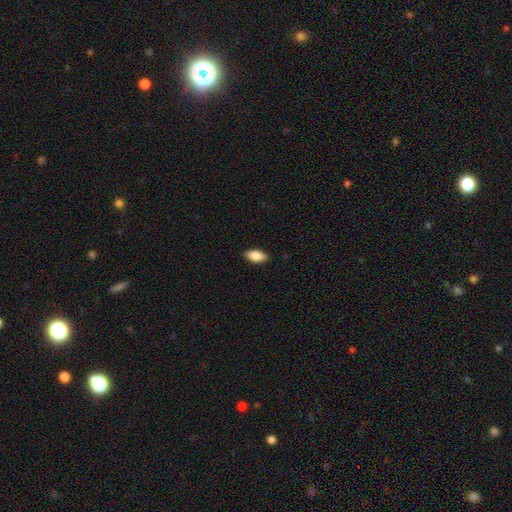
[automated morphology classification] This appears to be a smooth galaxy with no disk features (85%) that is in between round and cigar-shaped (90%). Merging: none (88%).